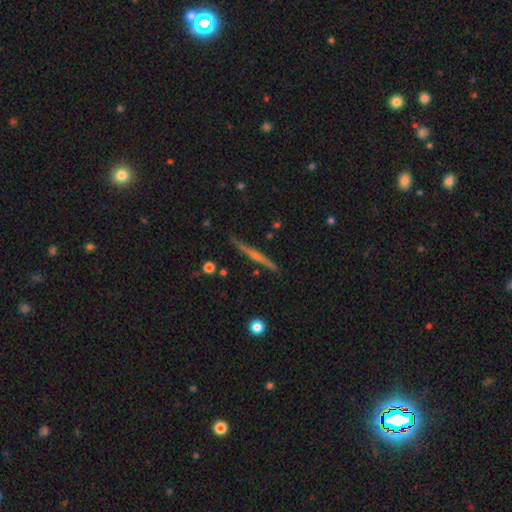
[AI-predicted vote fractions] The model was most divided on "edge-on bulge": rounded: 51%, none: 41%, boxy: 9%. More confident: edge-on disk — yes (97%); merging — none (86%); smooth or featured — featured or disk (68%).